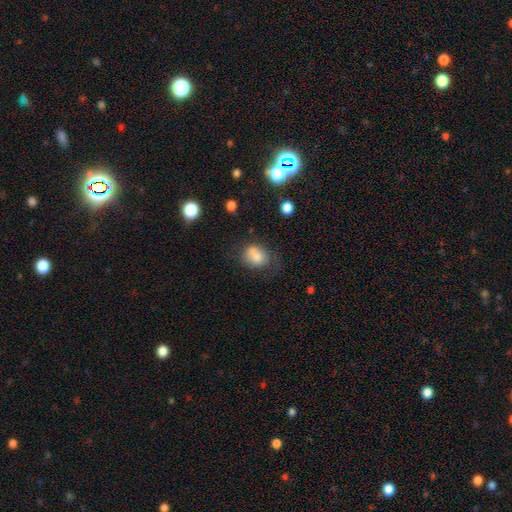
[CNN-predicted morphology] This appears to be a smooth galaxy with no disk features (78%) that is in between round and cigar-shaped (57%). Merging: none (49%).